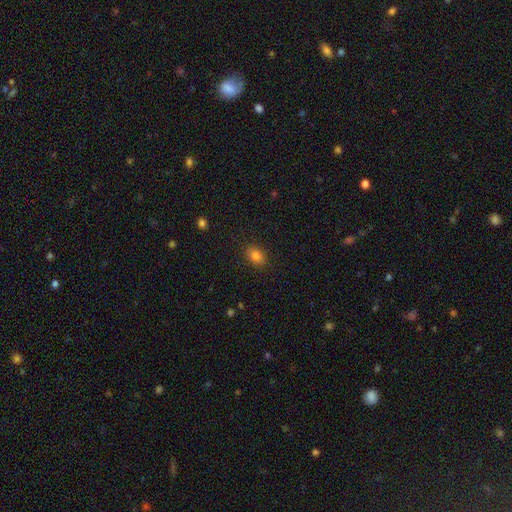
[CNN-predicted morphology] The model was most divided on "how rounded": in between: 74%, round: 25%, cigar-shaped: 1%. More confident: merging — none (88%); smooth or featured — smooth (83%).